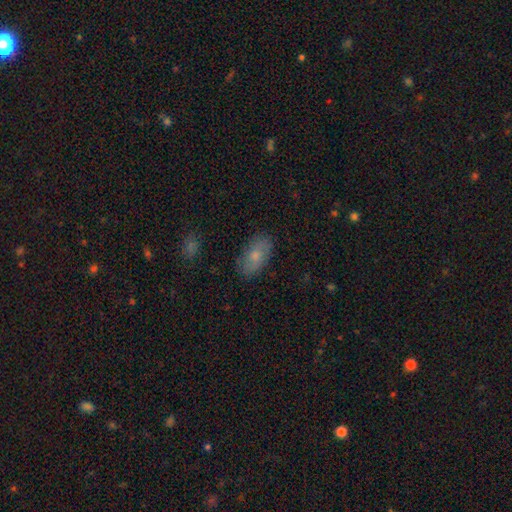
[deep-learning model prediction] smooth-or-featured: smooth: 72% | featured or disk: 20% | star or artifact: 8%
  how-rounded: in between: 92% | round: 4% | cigar-shaped: 4%
  merging: none: 84% | minor disturbance: 12% | major disturbance: 3% | merger: 1%